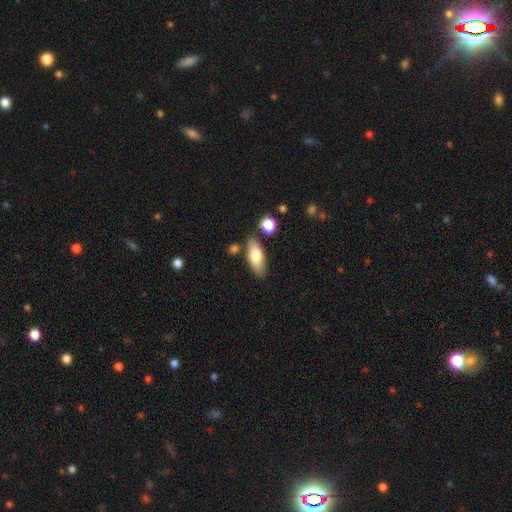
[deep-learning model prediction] This appears to be a smooth galaxy with no disk features (74%) that is in between round and cigar-shaped (76%). Merging: none (80%).